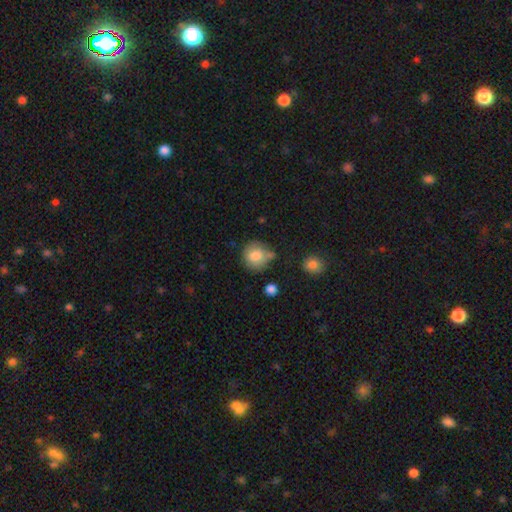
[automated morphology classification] type=smooth (80%); roundness=round (88%); merging=none (64%).